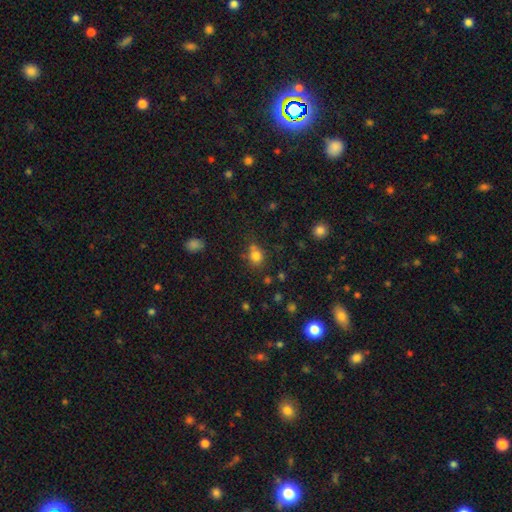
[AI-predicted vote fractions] A smooth galaxy with no disk features (78%) that is round (69%). Merging: none (62%).